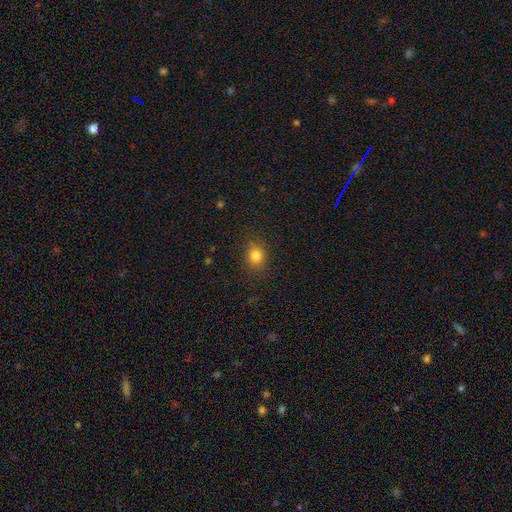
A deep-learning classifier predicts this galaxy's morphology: Q: Smooth or featured?
A: smooth (81%); runner-up: star or artifact (13%)
Q: How rounded?
A: round (61%); runner-up: in between (37%)
Q: Merging?
A: none (82%); runner-up: minor disturbance (13%)